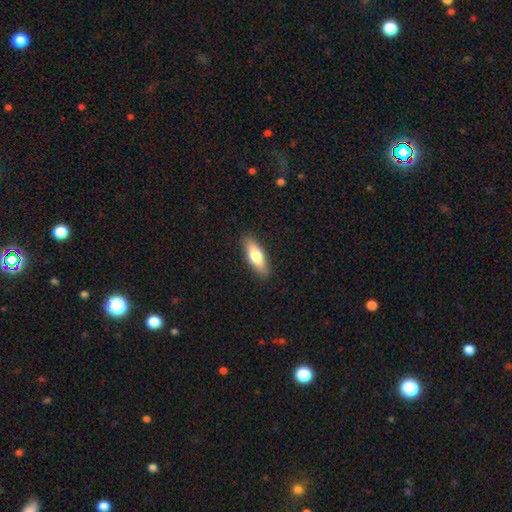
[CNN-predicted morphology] A smooth galaxy with no disk features (70%) that is in between round and cigar-shaped (60%). Merging: none (88%).